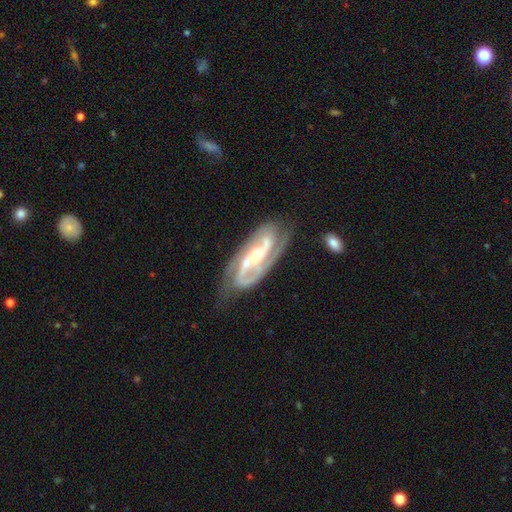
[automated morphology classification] type=featured or disk (89%); edge-on=no (93%); bar=strong (42%); spiral arms=yes (97%); winding=medium (49%); arm count=2 (83%); bulge=moderate (52%); merging=none (65%).